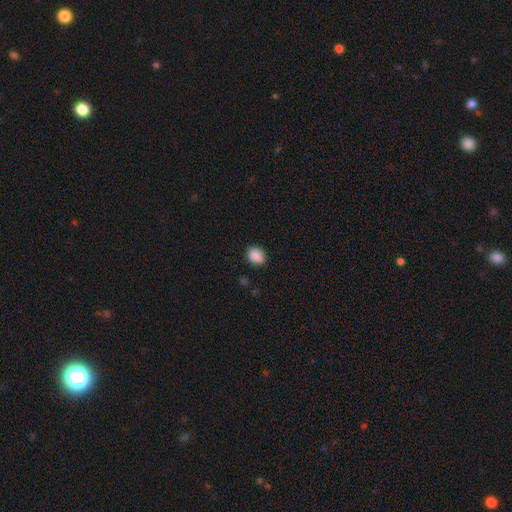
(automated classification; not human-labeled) Smooth or featured? Predicted: smooth (p=0.87). How rounded? Predicted: round (p=0.54). Merging? Predicted: none (p=0.81).